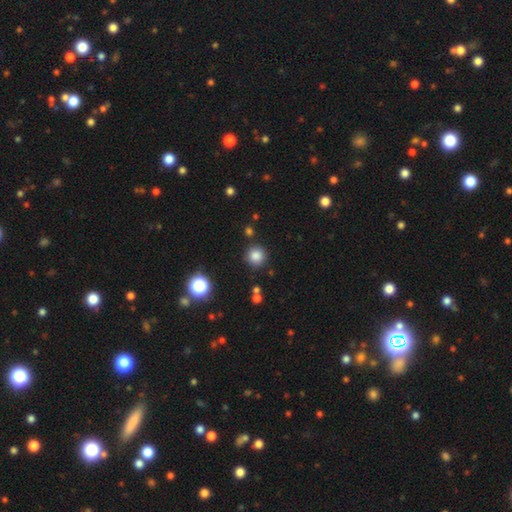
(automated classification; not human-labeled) This is clearly a smooth galaxy (83%). How rounded: clearly round (93%). Merging: clearly none (87%).